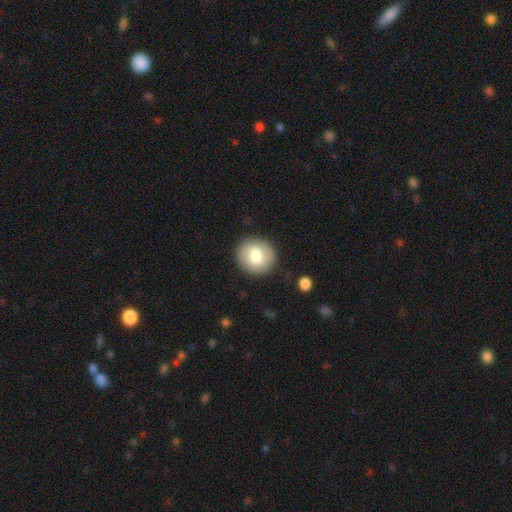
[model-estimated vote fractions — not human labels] Smooth or featured? Predicted: smooth (p=0.71). How rounded? Predicted: round (p=0.87). Merging? Predicted: none (p=0.87).